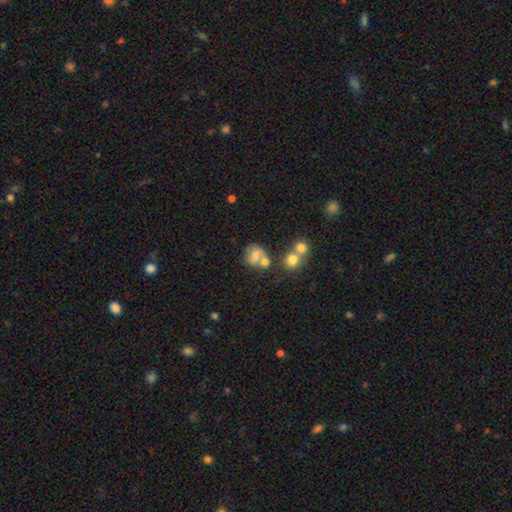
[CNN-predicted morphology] A smooth galaxy with no disk features (57%) that is round (58%). Merging: none (40%).